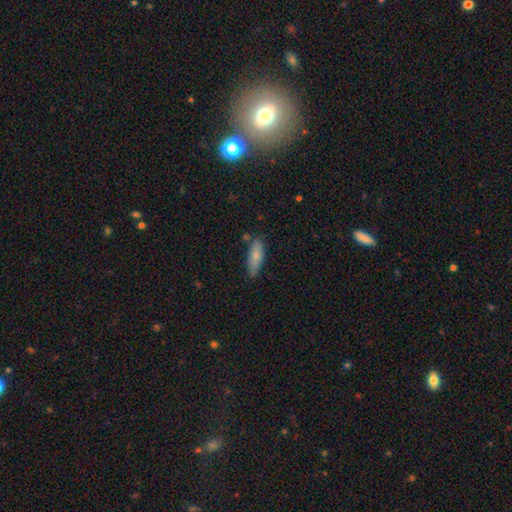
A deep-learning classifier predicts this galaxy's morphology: Smooth or featured? smooth (82%)
How rounded? in between (60%)
Merging? none (75%)